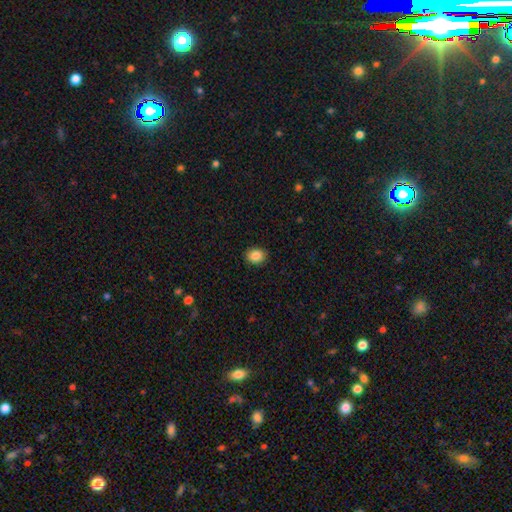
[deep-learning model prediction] Smooth or featured: smooth — 86% (star or artifact — 9%)
How rounded: round — 60% (in between — 39%)
Merging: none — 90% (minor disturbance — 7%)